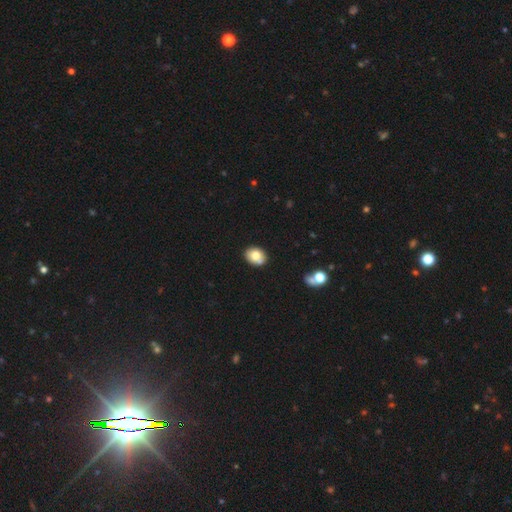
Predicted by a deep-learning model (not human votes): Smooth or featured? smooth (78%)
How rounded? in between (56%)
Merging? none (80%)